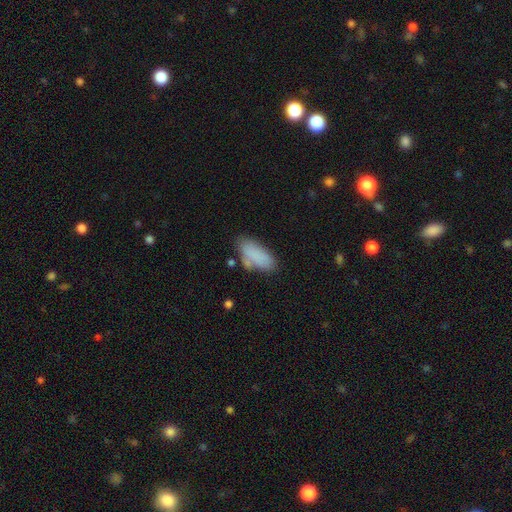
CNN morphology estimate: This is clearly a smooth galaxy (82%). How rounded: clearly in between (85%). Merging: possibly none (58%).